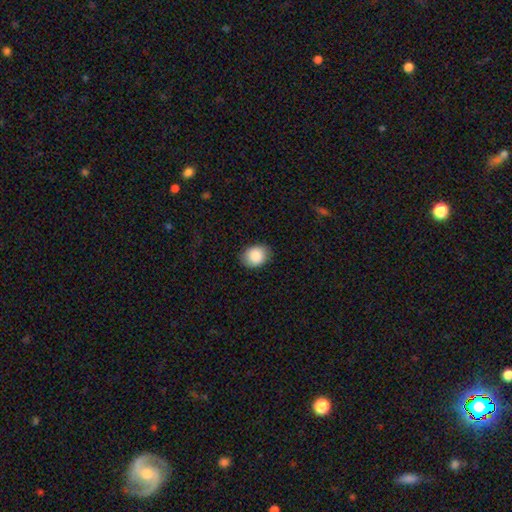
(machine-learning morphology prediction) smooth_or_featured: smooth (p=0.88) [alt: star or artifact p=0.07]
how_rounded: in between (p=0.56) [alt: round p=0.43]
merging: none (p=0.85) [alt: minor disturbance p=0.12]